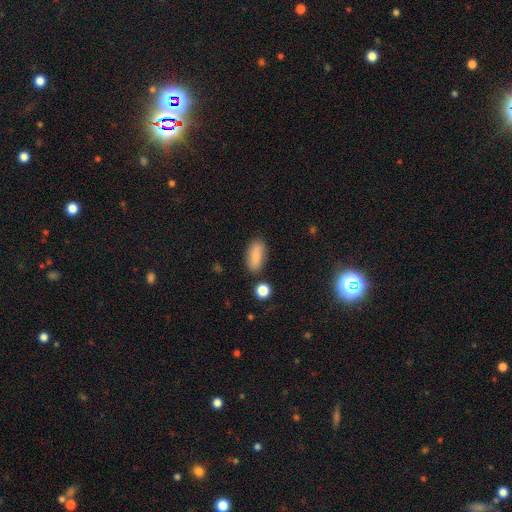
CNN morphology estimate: A smooth galaxy with no disk features (83%) that is in between round and cigar-shaped (84%).

Vote fractions:
- Smooth or featured? smooth: 83% / featured or disk: 10% / star or artifact: 8%
- How rounded? in between: 84% / cigar-shaped: 12% / round: 4%
- Merging? none: 80% / minor disturbance: 13% / merger: 4% / major disturbance: 3%